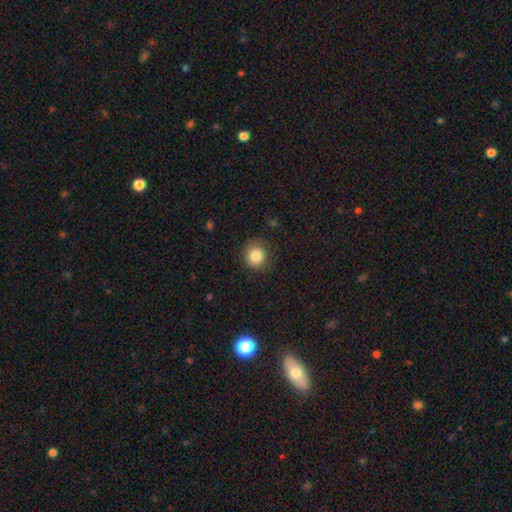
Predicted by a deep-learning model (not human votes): Smooth or featured?
  - smooth: 86% *
  - star or artifact: 9%
  - featured or disk: 5%
How rounded?
  - round: 83% *
  - in between: 16%
  - cigar-shaped: 1%
Merging?
  - none: 81% *
  - minor disturbance: 14%
  - major disturbance: 4%
  - merger: 1%